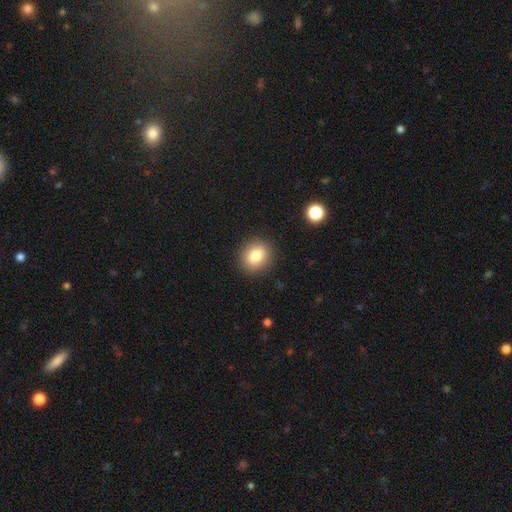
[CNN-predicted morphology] Smooth or featured?
  - smooth: 82% *
  - star or artifact: 10%
  - featured or disk: 8%
How rounded?
  - round: 70% *
  - in between: 29%
  - cigar-shaped: 1%
Merging?
  - none: 90% *
  - minor disturbance: 7%
  - major disturbance: 2%
  - merger: 1%